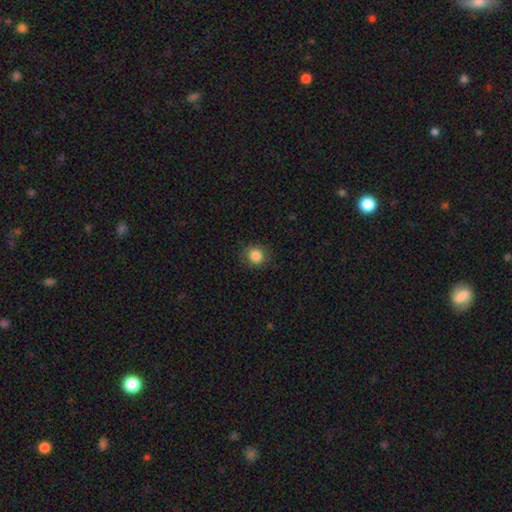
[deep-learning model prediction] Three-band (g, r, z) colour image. It shows a smooth galaxy with no disk features (85%) that is round (89%). Merging: none (87%).